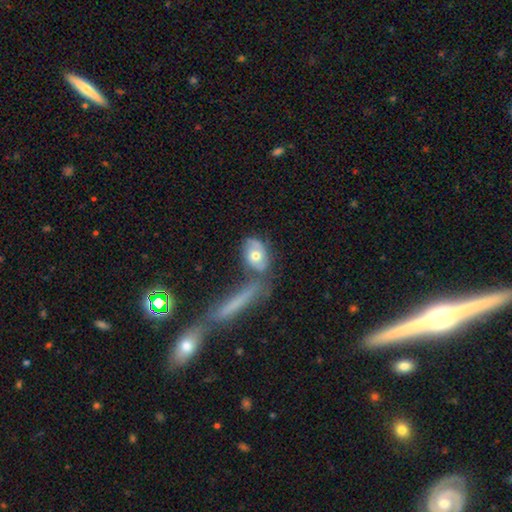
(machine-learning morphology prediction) Smooth or featured?
  - smooth: 60% *
  - featured or disk: 33%
  - star or artifact: 7%
How rounded?
  - in between: 71% *
  - round: 18%
  - cigar-shaped: 11%
Merging?
  - none: 47% *
  - merger: 26%
  - minor disturbance: 17%
  - major disturbance: 10%